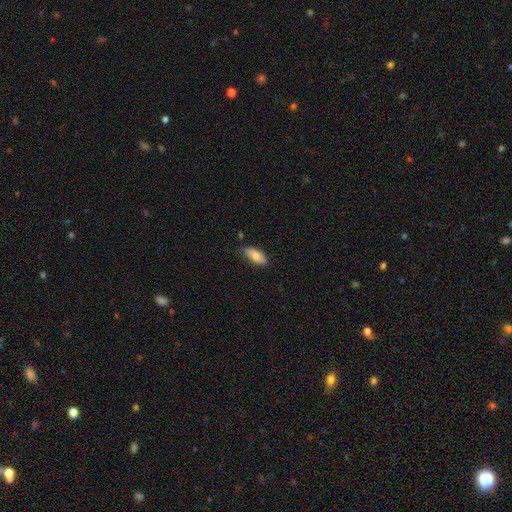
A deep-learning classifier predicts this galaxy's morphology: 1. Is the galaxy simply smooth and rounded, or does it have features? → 76% smooth, 18% featured or disk, 7% star or artifact.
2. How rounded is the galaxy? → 89% in between, 8% cigar-shaped, 3% round.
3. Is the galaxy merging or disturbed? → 67% none, 27% minor disturbance, 4% major disturbance, 2% merger.